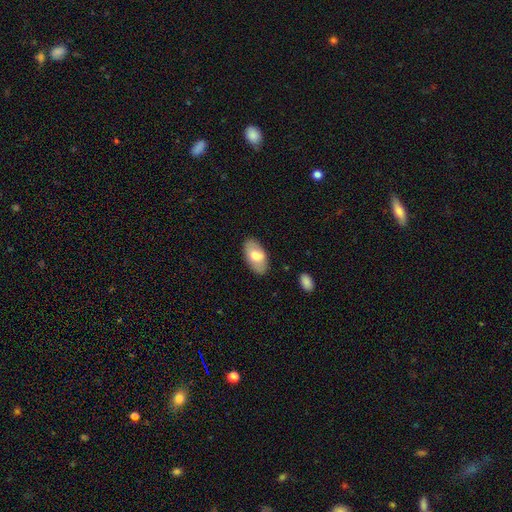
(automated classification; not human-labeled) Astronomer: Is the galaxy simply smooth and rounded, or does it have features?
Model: smooth — 68%.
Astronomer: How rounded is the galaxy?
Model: in between — 94%.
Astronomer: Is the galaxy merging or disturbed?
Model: none — 83%.